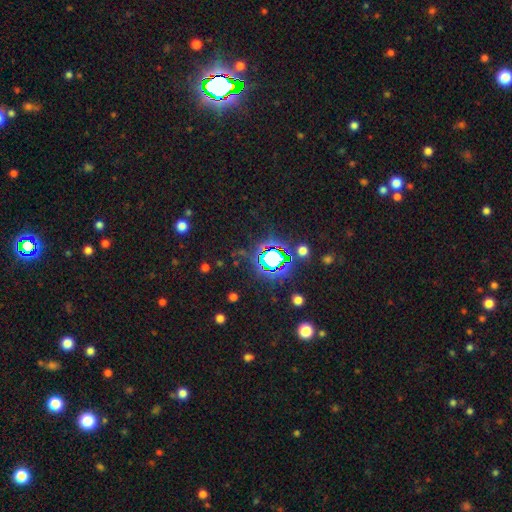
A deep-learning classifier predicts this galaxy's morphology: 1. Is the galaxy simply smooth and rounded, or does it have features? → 84% star or artifact, 10% smooth, 7% featured or disk.